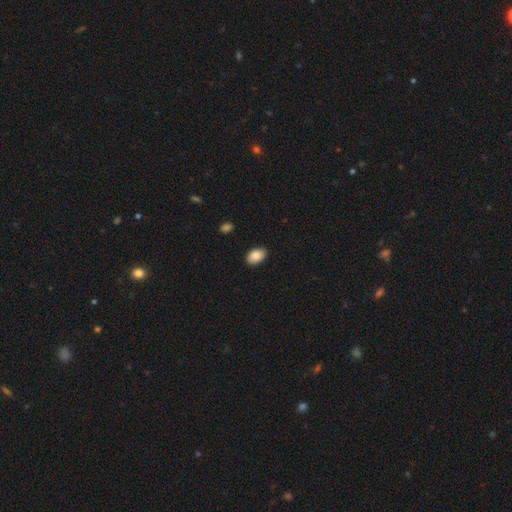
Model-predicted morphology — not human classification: A smooth galaxy with no disk features (88%) that is in between round and cigar-shaped (89%). Merging: none (88%).